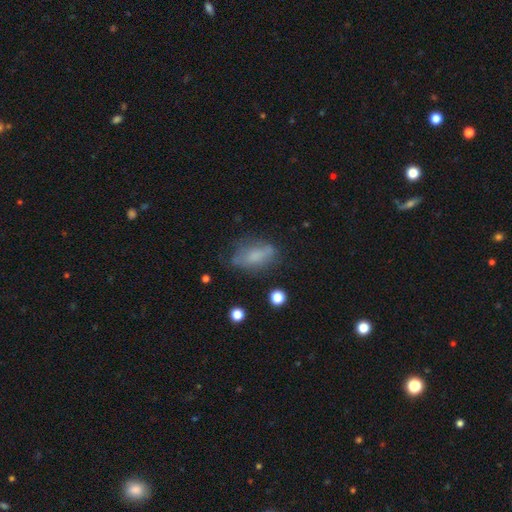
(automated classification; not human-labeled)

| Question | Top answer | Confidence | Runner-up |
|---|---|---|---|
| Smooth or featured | smooth | 62% | featured or disk (27%) |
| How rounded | in between | 79% | cigar-shaped (14%) |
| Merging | none | 56% | minor disturbance (28%) |